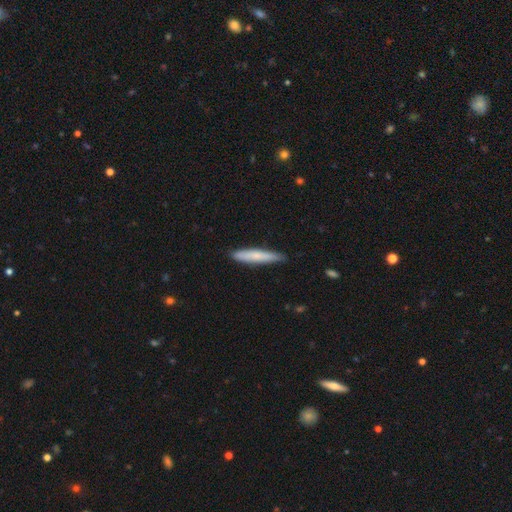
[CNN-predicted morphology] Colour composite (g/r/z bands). It shows a smooth galaxy with no disk features (71%) that is cigar-shaped (91%). Merging: none (86%).